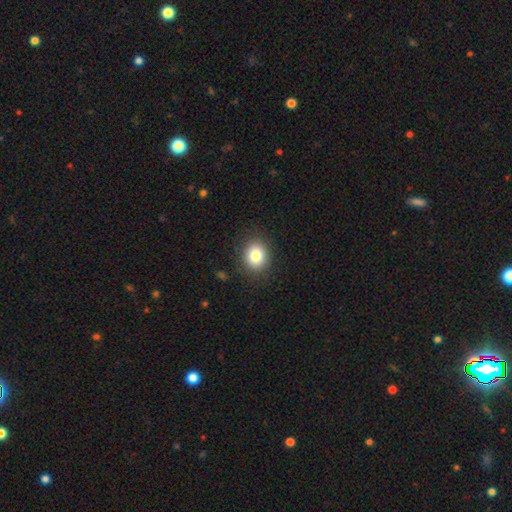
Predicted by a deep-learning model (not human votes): Morphology: type=smooth (82%); roundness=round (72%); merging=none (88%).